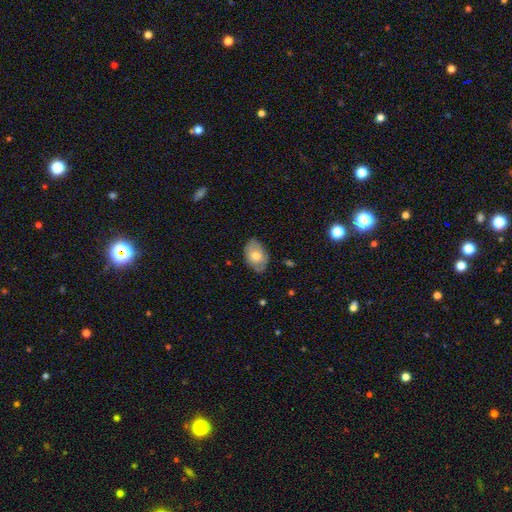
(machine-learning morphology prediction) This is likely a smooth galaxy (66%). How rounded: clearly in between (88%). Merging: likely none (74%).